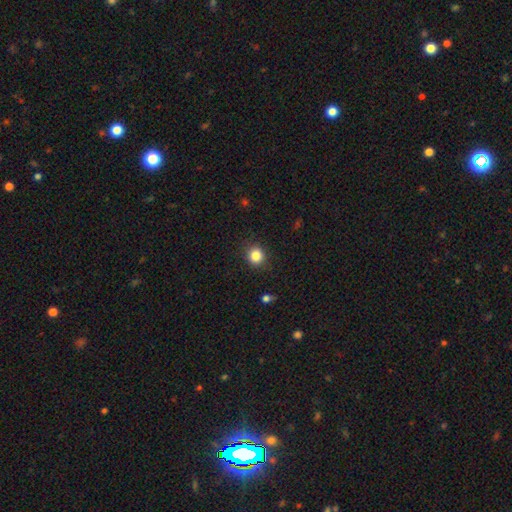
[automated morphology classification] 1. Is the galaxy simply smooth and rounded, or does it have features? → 84% smooth, 11% star or artifact, 5% featured or disk.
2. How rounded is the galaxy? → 81% round, 18% in between, 1% cigar-shaped.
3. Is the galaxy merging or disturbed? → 88% none, 8% minor disturbance, 2% major disturbance, 1% merger.